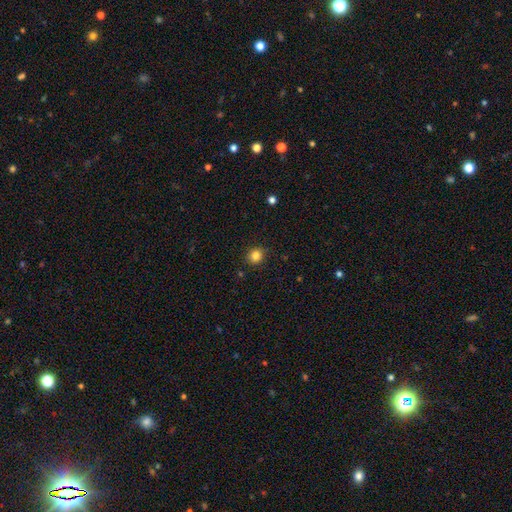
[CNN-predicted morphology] This appears to be a smooth galaxy with no disk features (83%) that is round (83%). Merging: none (89%).